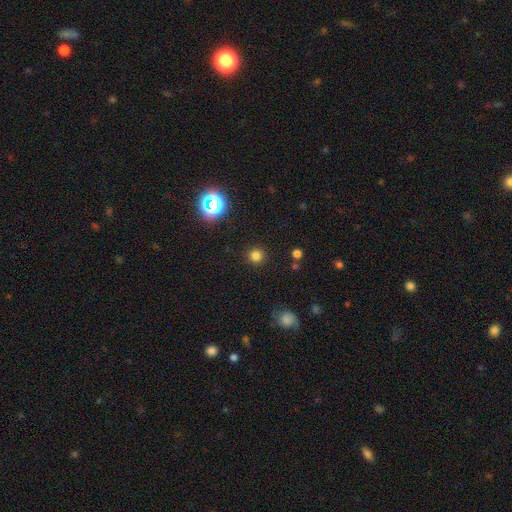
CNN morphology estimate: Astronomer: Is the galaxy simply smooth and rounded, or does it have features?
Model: smooth — 78%.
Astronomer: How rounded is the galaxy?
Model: round — 94%.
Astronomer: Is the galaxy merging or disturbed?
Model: none — 90%.